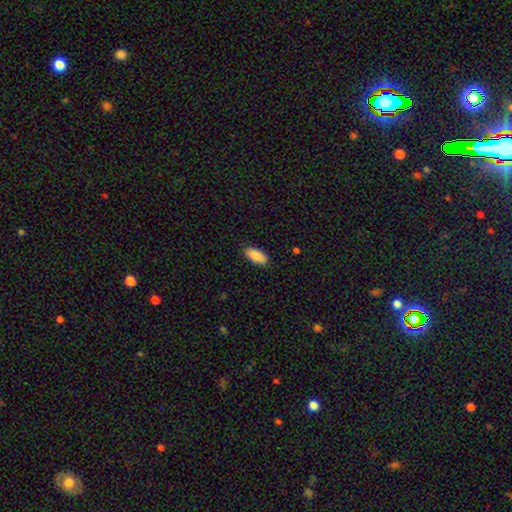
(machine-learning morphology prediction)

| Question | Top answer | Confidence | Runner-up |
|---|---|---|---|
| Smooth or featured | smooth | 86% | featured or disk (8%) |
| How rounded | in between | 90% | cigar-shaped (8%) |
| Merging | none | 87% | minor disturbance (10%) |